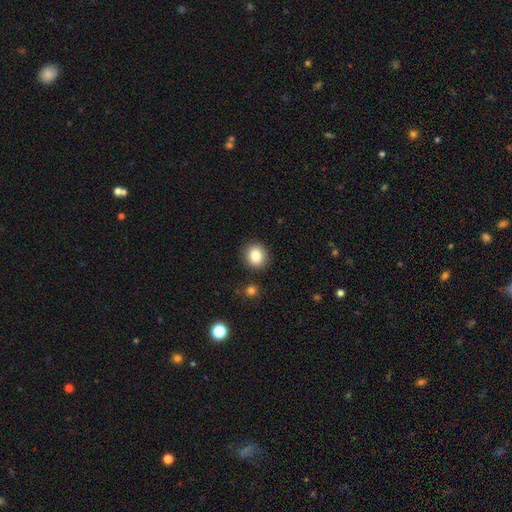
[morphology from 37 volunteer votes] Smooth or featured: smooth — 89% (featured or disk — 5%)
How rounded: round — 73% (in between — 27%)
Merging: none — 97% (minor disturbance — 3%)